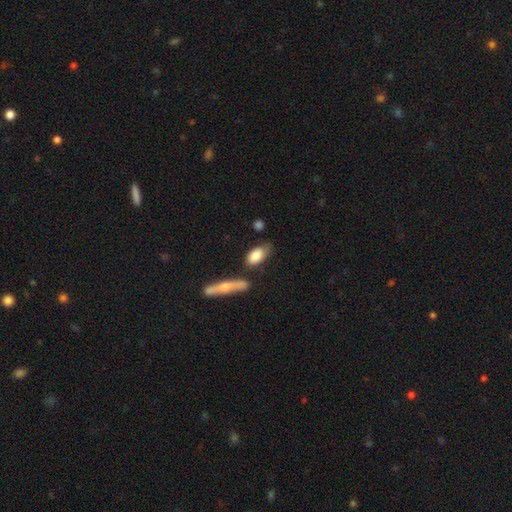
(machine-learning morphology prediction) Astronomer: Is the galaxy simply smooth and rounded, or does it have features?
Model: smooth — 79%.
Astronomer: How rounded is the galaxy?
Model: in between — 87%.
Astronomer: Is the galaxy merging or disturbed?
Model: none — 59%.